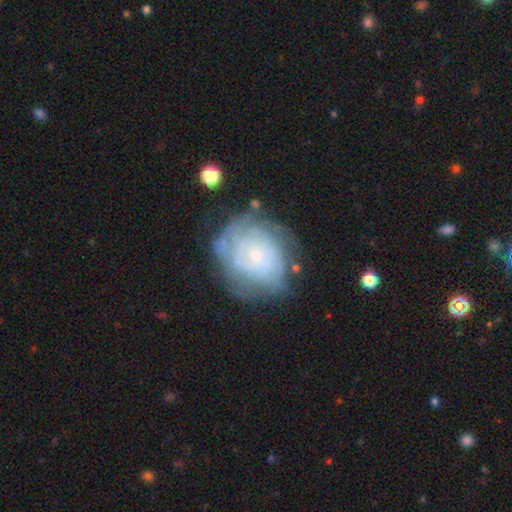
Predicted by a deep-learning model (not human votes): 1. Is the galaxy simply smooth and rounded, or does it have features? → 69% featured or disk, 24% smooth, 8% star or artifact.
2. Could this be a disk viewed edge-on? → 97% no, 3% yes.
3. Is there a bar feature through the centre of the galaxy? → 82% no, 15% weak, 3% strong.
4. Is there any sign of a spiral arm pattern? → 77% yes, 23% no.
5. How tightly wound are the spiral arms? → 73% tight, 20% medium, 7% loose.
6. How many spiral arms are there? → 61% can't tell, 10% 2, 10% 4, 9% 3, 7% more than 4, 5% 1.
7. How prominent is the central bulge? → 81% small, 12% moderate, 3% none, 2% large, 1% dominant.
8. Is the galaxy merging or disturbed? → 65% none, 22% minor disturbance, 11% major disturbance, 3% merger.